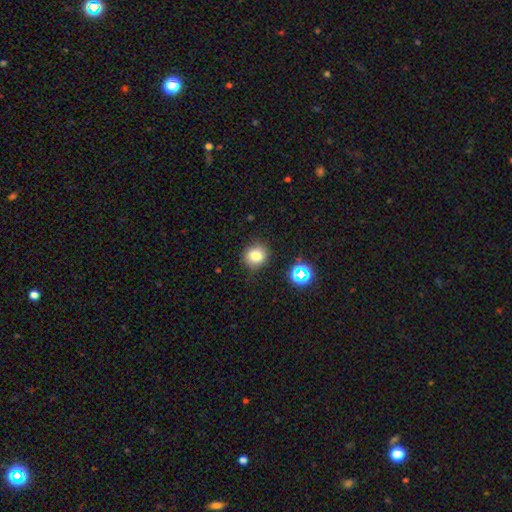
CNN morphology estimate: A smooth galaxy with no disk features (78%) that is round (81%).

Vote fractions:
- Smooth or featured? smooth: 78% / star or artifact: 15% / featured or disk: 8%
- How rounded? round: 81% / in between: 18% / cigar-shaped: 1%
- Merging? none: 83% / minor disturbance: 12% / major disturbance: 3% / merger: 2%